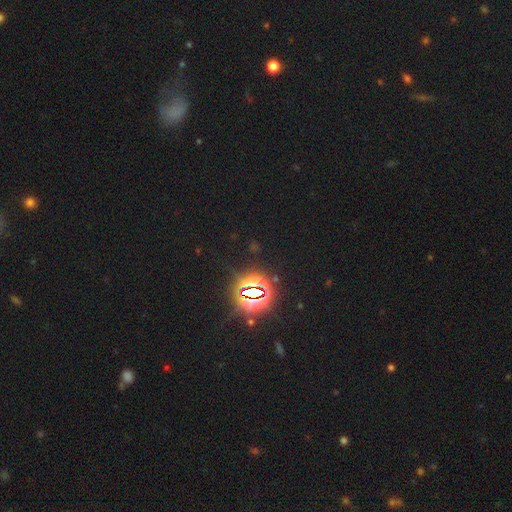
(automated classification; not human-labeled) The model was most divided on "smooth or featured": star or artifact: 84%, smooth: 10%, featured or disk: 6%.